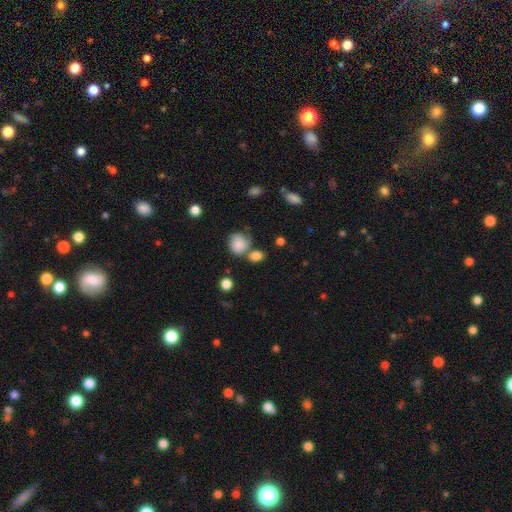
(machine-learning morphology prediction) Smooth or featured? smooth (81%)
How rounded? round (50%)
Merging? none (53%)